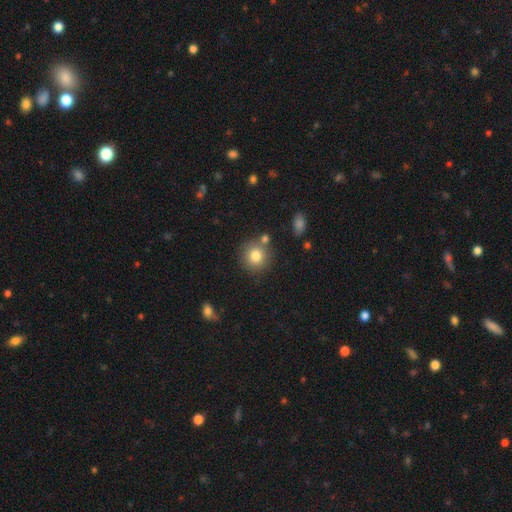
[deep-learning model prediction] smooth_or_featured: smooth (p=0.80) [alt: star or artifact p=0.10]
how_rounded: round (p=0.91) [alt: in between p=0.08]
merging: none (p=0.75) [alt: merger p=0.12]